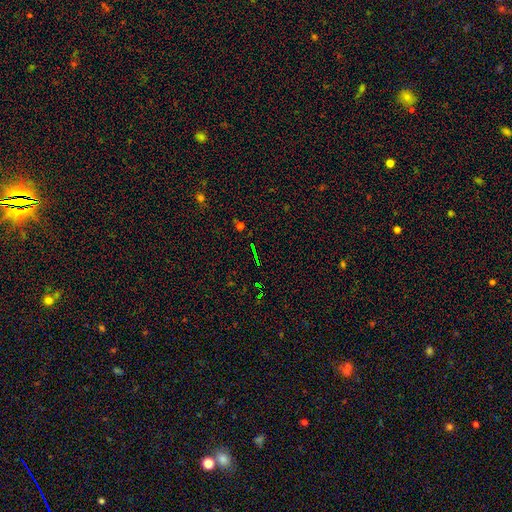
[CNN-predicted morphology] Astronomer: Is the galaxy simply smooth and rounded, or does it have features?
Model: star or artifact — 72%.